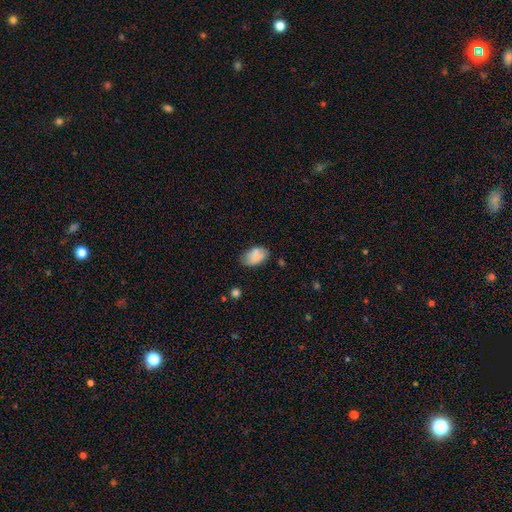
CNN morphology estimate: smooth-or-featured: smooth: 78% | featured or disk: 13% | star or artifact: 9%
  how-rounded: in between: 89% | round: 10% | cigar-shaped: 1%
  merging: none: 60% | minor disturbance: 28% | major disturbance: 7% | merger: 5%